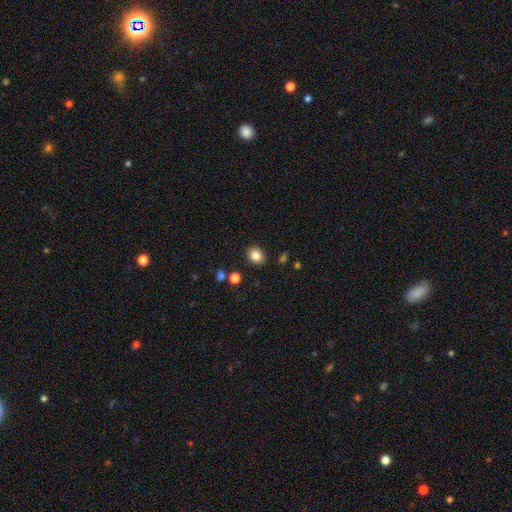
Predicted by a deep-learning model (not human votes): A smooth galaxy with no disk features (84%) that is round (64%). Merging: none (88%).